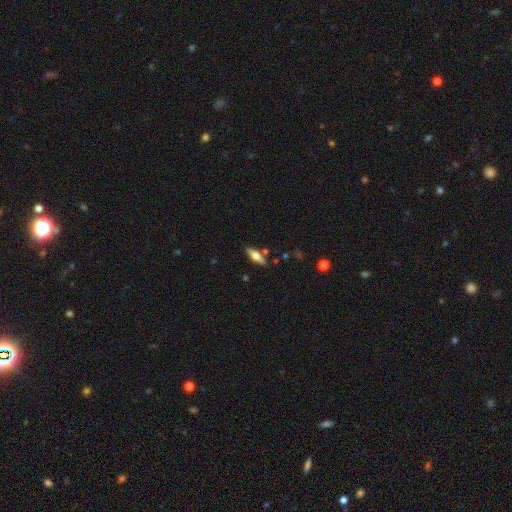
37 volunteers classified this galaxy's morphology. Smooth or featured? 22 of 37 (59%) said featured or disk. Edge-on disk? 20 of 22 (91%) said yes. Edge-on bulge? 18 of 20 (90%) said rounded. Merging? 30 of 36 (83%) said none.